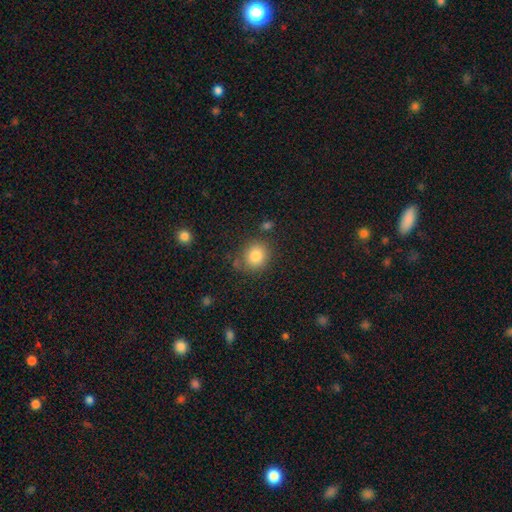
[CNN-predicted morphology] Smooth or featured?
  - smooth: 83% *
  - star or artifact: 10%
  - featured or disk: 7%
How rounded?
  - round: 81% *
  - in between: 18%
  - cigar-shaped: 1%
Merging?
  - none: 77% *
  - minor disturbance: 14%
  - merger: 5%
  - major disturbance: 5%